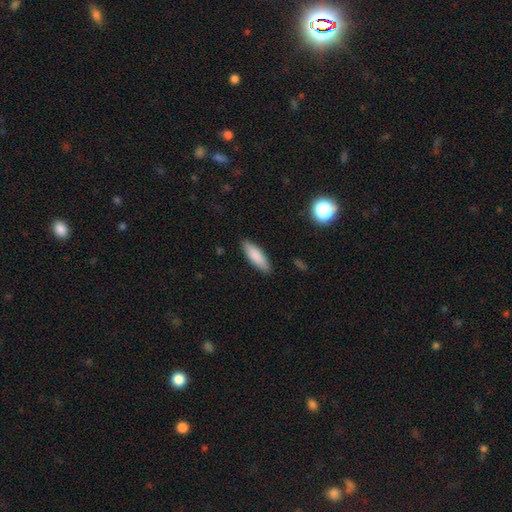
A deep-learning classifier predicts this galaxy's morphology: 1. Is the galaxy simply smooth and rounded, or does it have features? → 86% smooth, 8% featured or disk, 6% star or artifact.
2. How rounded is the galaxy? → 51% in between, 47% cigar-shaped, 2% round.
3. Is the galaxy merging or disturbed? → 88% none, 9% minor disturbance, 2% major disturbance, 1% merger.